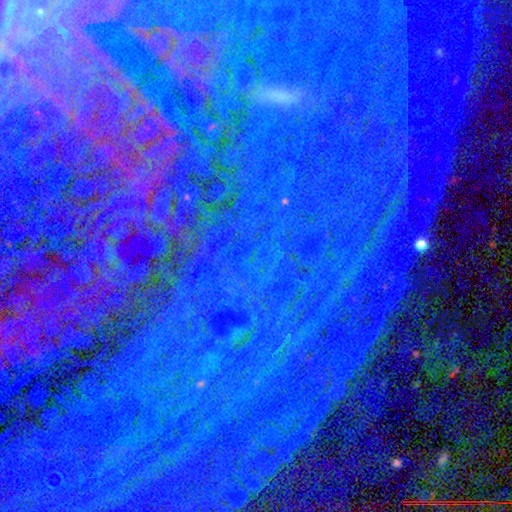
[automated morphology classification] smooth_or_featured: star or artifact (p=0.83) [alt: featured or disk p=0.09]